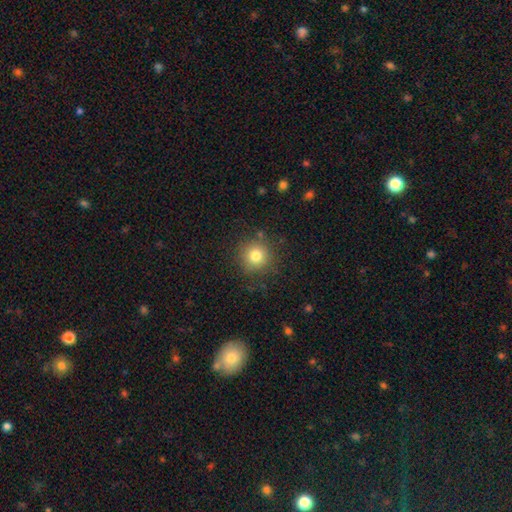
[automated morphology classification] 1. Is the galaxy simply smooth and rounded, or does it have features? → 80% smooth, 12% star or artifact, 8% featured or disk.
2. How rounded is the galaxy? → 93% round, 6% in between, 1% cigar-shaped.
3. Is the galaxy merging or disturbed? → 86% none, 9% minor disturbance, 3% major disturbance, 2% merger.